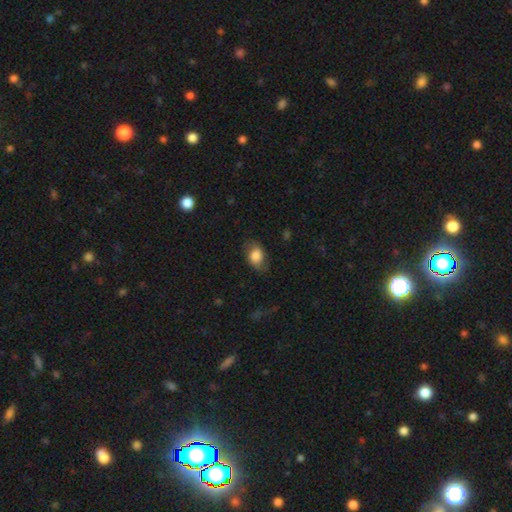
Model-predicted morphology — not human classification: The model was most divided on "merging": none: 71%, minor disturbance: 21%, major disturbance: 7%, merger: 1%. More confident: how rounded — in between (80%); smooth or featured — smooth (80%).